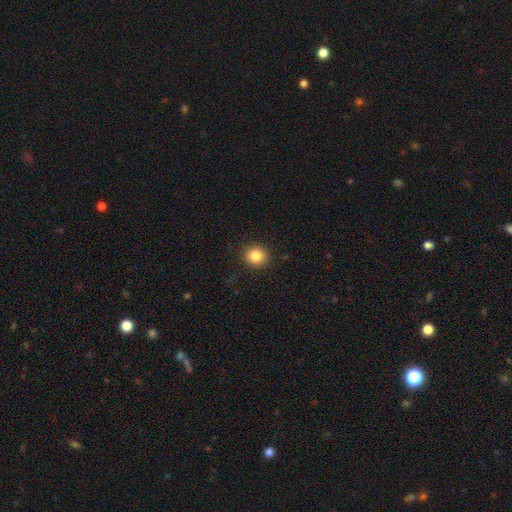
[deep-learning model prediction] smooth-or-featured: smooth: 84% | star or artifact: 10% | featured or disk: 6%
  how-rounded: round: 90% | in between: 9% | cigar-shaped: 1%
  merging: none: 91% | minor disturbance: 6% | major disturbance: 2% | merger: 1%